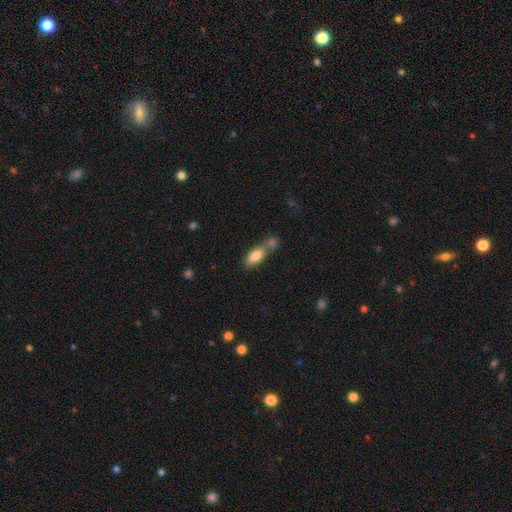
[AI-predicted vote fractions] Smooth or featured: smooth — 81% (featured or disk — 12%)
How rounded: in between — 84% (cigar-shaped — 12%)
Merging: merger — 45% (none — 38%)